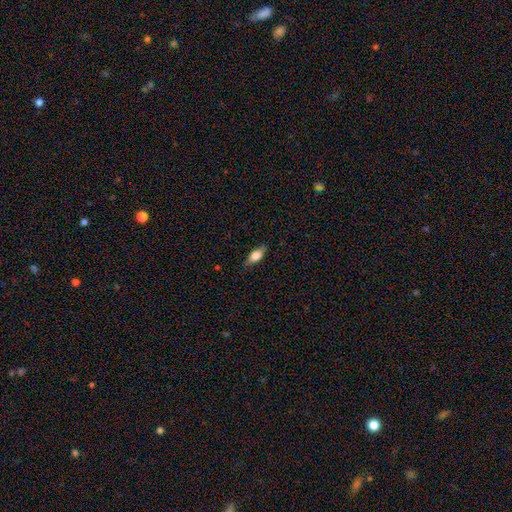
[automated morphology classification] Smooth or featured? smooth (73%)
How rounded? in between (77%)
Merging? none (82%)